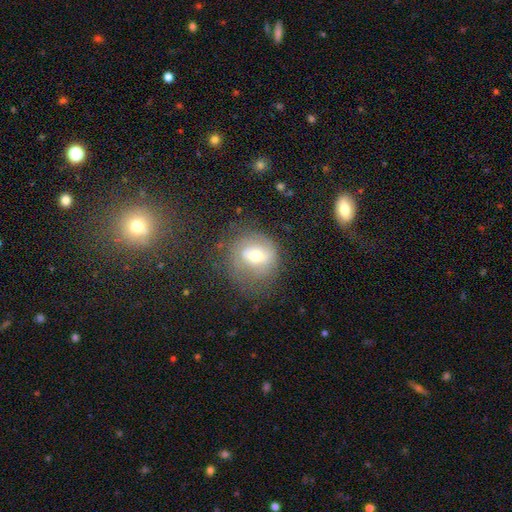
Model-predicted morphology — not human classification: A smooth galaxy with no disk features (49%). Merging: none (53%).